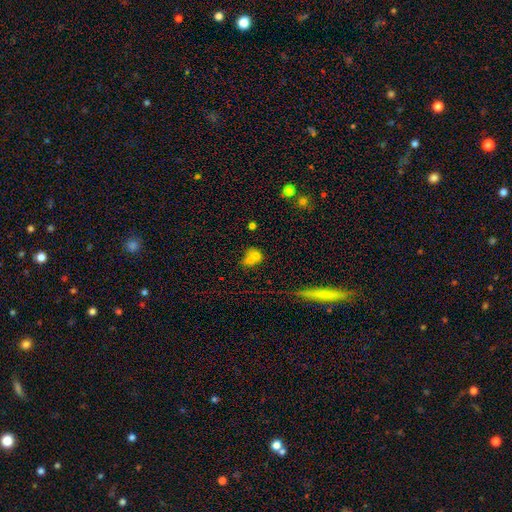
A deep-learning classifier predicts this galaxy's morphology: Q: Smooth or featured?
A: smooth (68%); runner-up: featured or disk (18%)
Q: How rounded?
A: round (50%); runner-up: in between (47%)
Q: Merging?
A: merger (57%); runner-up: none (28%)